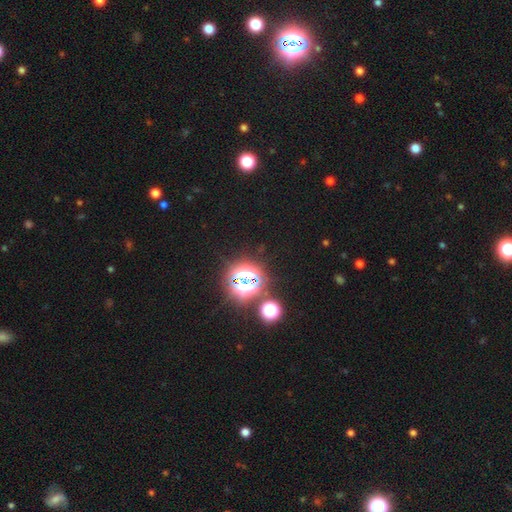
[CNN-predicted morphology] Overall: star or artifact (77%).